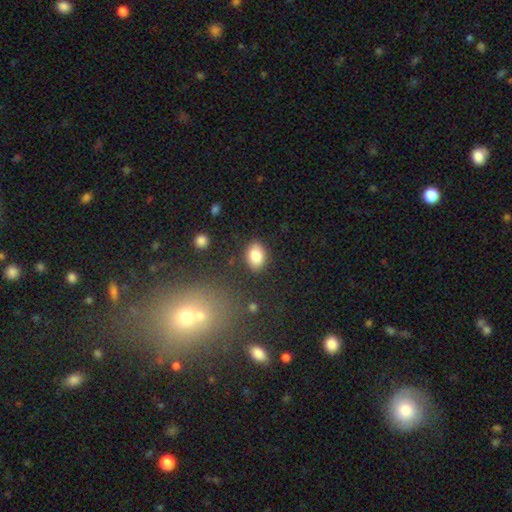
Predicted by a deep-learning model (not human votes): Morphology: type=smooth (84%); roundness=in between (75%); merging=none (85%).